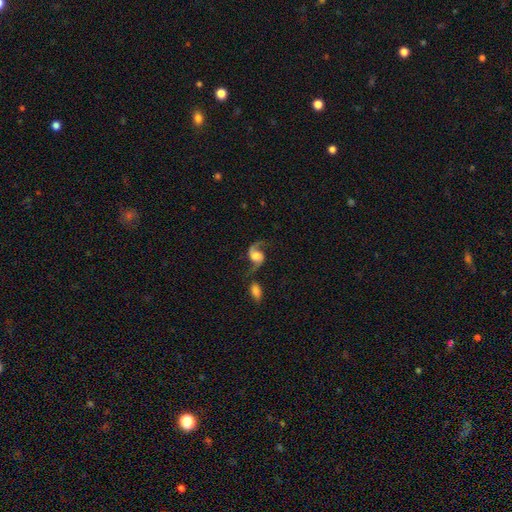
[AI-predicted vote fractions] Q: Smooth or featured?
A: featured or disk (85%); runner-up: smooth (9%)
Q: Edge-on disk?
A: no (97%); runner-up: yes (3%)
Q: Bar?
A: no (59%); runner-up: weak (32%)
Q: Spiral arms?
A: yes (96%); runner-up: no (4%)
Q: Spiral winding?
A: loose (68%); runner-up: medium (27%)
Q: Spiral arm count?
A: 2 (91%); runner-up: 1 (5%)
Q: Bulge size?
A: moderate (38%); runner-up: large (35%)
Q: Merging?
A: none (54%); runner-up: merger (18%)